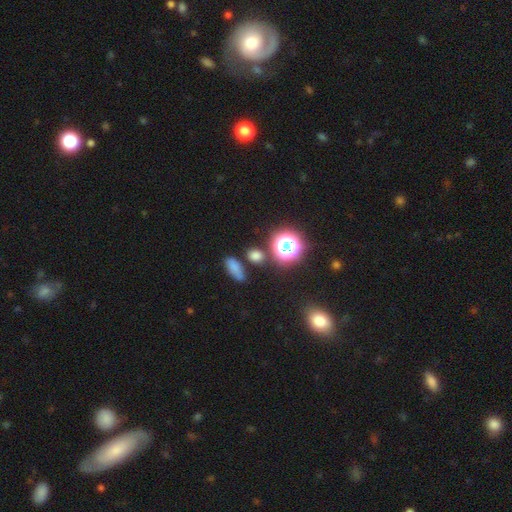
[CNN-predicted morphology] Smooth or featured? smooth (64%)
How rounded? round (48%)
Merging? none (77%)